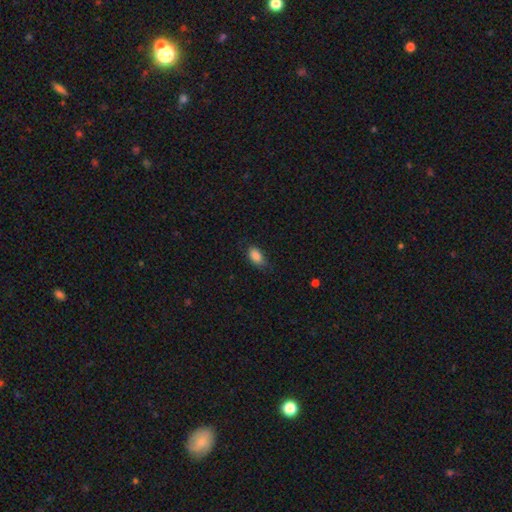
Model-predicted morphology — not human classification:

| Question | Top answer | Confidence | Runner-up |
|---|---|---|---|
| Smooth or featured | smooth | 87% | star or artifact (8%) |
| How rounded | in between | 91% | round (6%) |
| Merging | none | 72% | minor disturbance (22%) |